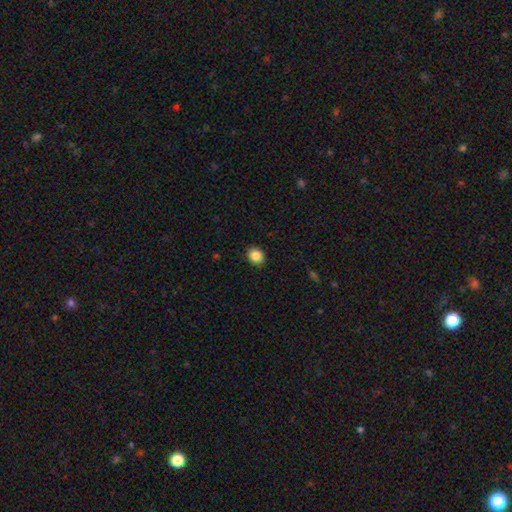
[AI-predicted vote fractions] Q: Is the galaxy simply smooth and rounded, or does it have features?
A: smooth — 86%.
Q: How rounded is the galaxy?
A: round — 69%.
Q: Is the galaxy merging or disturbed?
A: none — 91%.